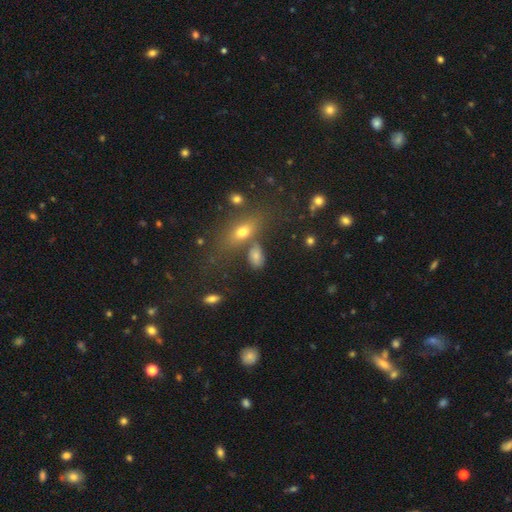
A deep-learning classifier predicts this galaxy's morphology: Smooth or featured?
  - smooth: 73% *
  - star or artifact: 14%
  - featured or disk: 13%
How rounded?
  - in between: 82% *
  - round: 13%
  - cigar-shaped: 5%
Merging?
  - none: 59% *
  - merger: 17%
  - minor disturbance: 16%
  - major disturbance: 8%